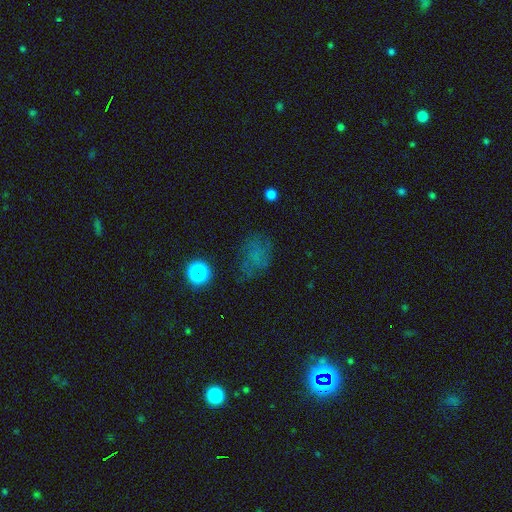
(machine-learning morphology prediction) A smooth galaxy with no disk features (53%) that is in between round and cigar-shaped (64%).

Vote fractions:
- Smooth or featured? smooth: 53% / star or artifact: 29% / featured or disk: 18%
- How rounded? in between: 64% / round: 34% / cigar-shaped: 2%
- Merging? none: 59% / minor disturbance: 23% / major disturbance: 16% / merger: 3%